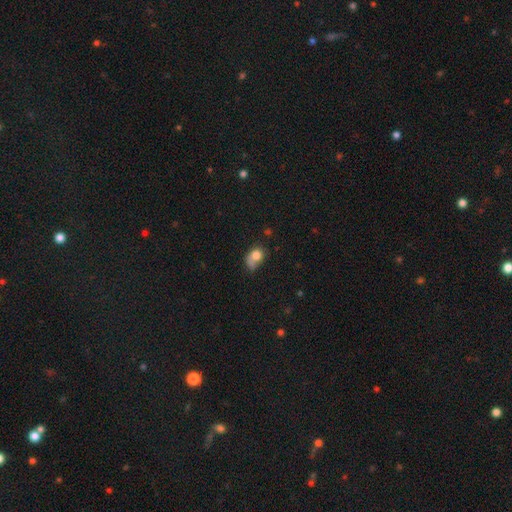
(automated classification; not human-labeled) Smooth or featured?
  - smooth: 76% *
  - featured or disk: 14%
  - star or artifact: 10%
How rounded?
  - in between: 55% *
  - round: 43%
  - cigar-shaped: 2%
Merging?
  - none: 31% *
  - minor disturbance: 29%
  - major disturbance: 24%
  - merger: 16%